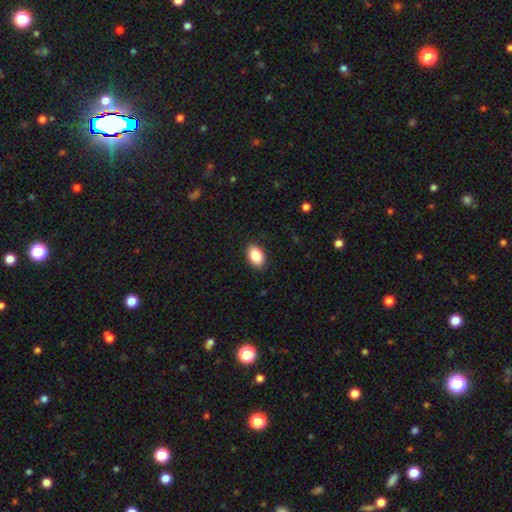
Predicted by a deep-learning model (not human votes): smooth-or-featured: smooth: 87% | star or artifact: 7% | featured or disk: 6%
  how-rounded: in between: 90% | round: 9% | cigar-shaped: 1%
  merging: none: 89% | minor disturbance: 8% | major disturbance: 2% | merger: 1%